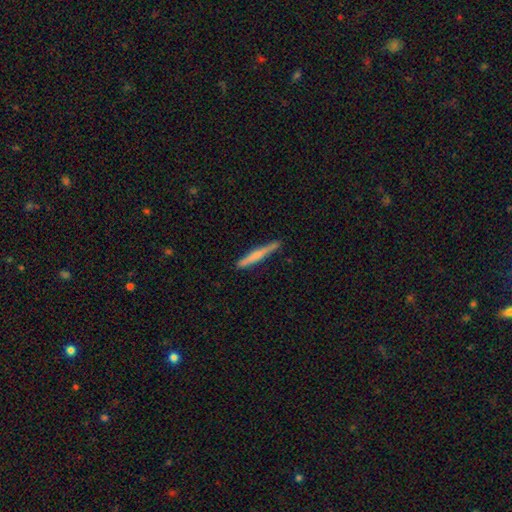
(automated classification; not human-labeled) The model was most divided on "smooth or featured": smooth: 52%, featured or disk: 42%, star or artifact: 6%. More confident: how rounded — cigar-shaped (95%); merging — none (86%).